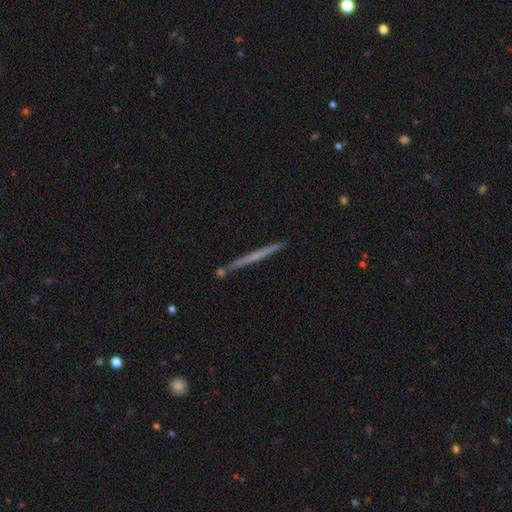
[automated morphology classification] Smooth or featured: featured or disk — 52% (smooth — 41%)
Edge-on disk: yes — 97% (no — 3%)
Edge-on bulge: none — 88% (rounded — 9%)
Merging: none — 87% (minor disturbance — 8%)